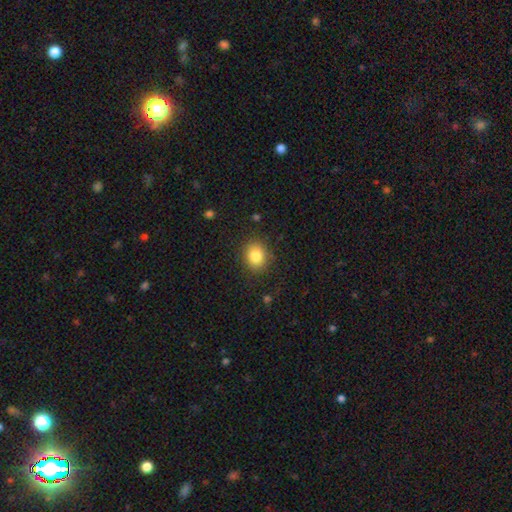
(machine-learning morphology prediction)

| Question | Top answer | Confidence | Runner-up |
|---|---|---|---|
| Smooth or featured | smooth | 84% | star or artifact (10%) |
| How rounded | round | 69% | in between (30%) |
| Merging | none | 86% | minor disturbance (9%) |